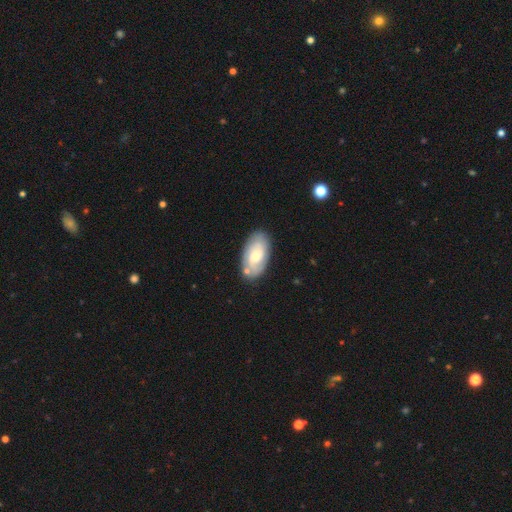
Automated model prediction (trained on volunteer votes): smooth-or-featured: featured or disk: 49% | smooth: 45% | star or artifact: 6%
  merging: none: 75% | minor disturbance: 15% | merger: 6% | major disturbance: 4%